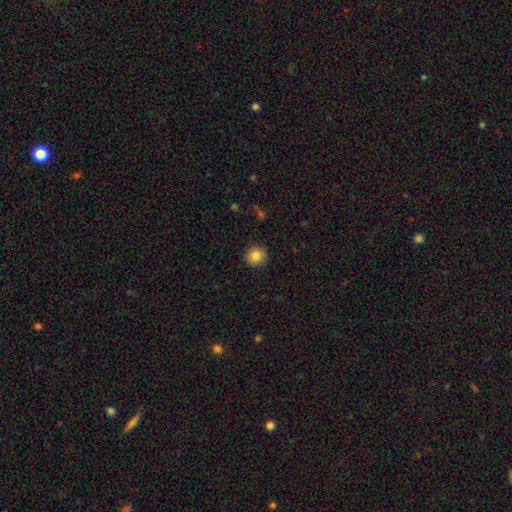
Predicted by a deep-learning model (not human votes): This is clearly a smooth galaxy (83%). How rounded: clearly round (94%). Merging: clearly none (91%).